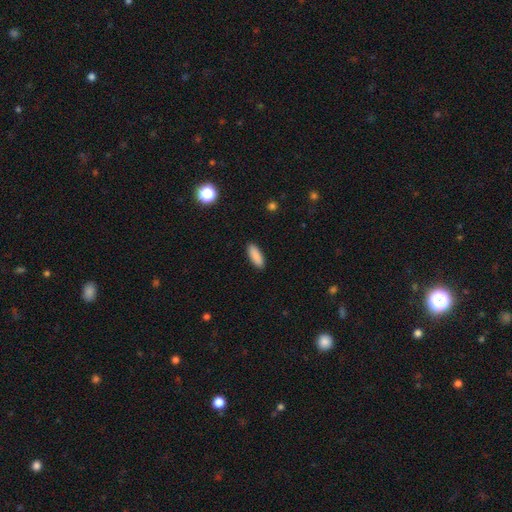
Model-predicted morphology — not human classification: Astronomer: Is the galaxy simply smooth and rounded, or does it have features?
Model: smooth — 89%.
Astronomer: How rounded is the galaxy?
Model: in between — 66%.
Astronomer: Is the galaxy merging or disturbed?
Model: none — 90%.